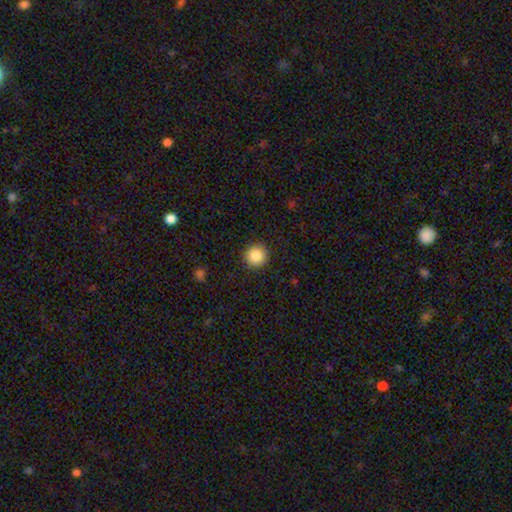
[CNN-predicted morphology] type=smooth (86%); roundness=round (96%); merging=none (92%).